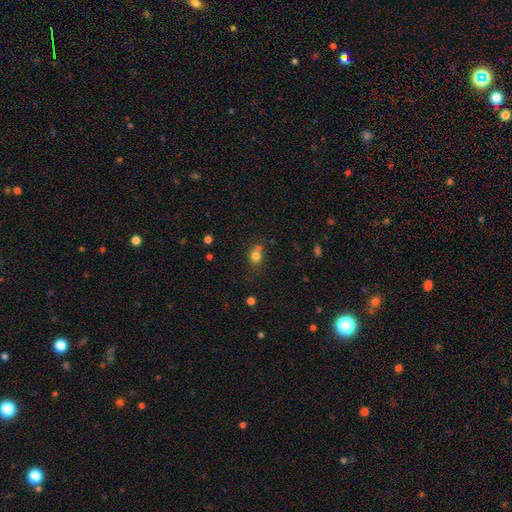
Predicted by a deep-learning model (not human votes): The model was most divided on "how rounded": round: 62%, in between: 36%, cigar-shaped: 1%. More confident: smooth or featured — smooth (78%); merging — none (55%).